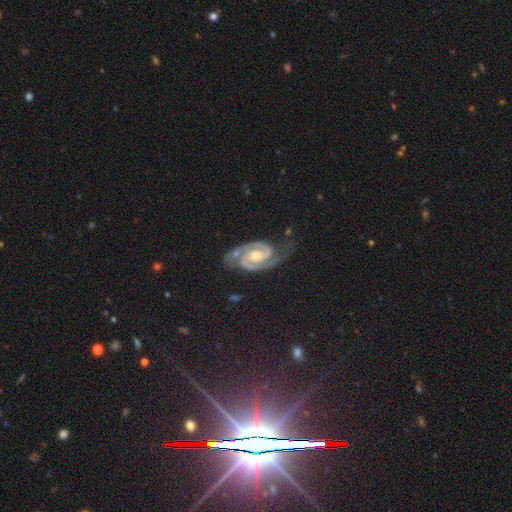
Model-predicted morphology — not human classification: A featured or disk galaxy (92%) with no bar (48%), 2 (93%) tight (53%) spiral arms (99%) and a moderate central bulge (61%).

Vote fractions:
- Smooth or featured? featured or disk: 92% / star or artifact: 5% / smooth: 4%
- Edge-on disk? no: 98% / yes: 2%
- Bar? no: 48% / weak: 37% / strong: 14%
- Spiral arms? yes: 99% / no: 1%
- Spiral winding? tight: 53% / medium: 41% / loose: 6%
- Spiral arm count? 2: 93% / can't tell: 2% / 3: 2% / 1: 1% / 4: 1% / more than 4: 1%
- Bulge size? moderate: 61% / small: 30% / large: 5% / none: 3% / dominant: 1%
- Merging? none: 72% / minor disturbance: 19% / major disturbance: 7% / merger: 3%